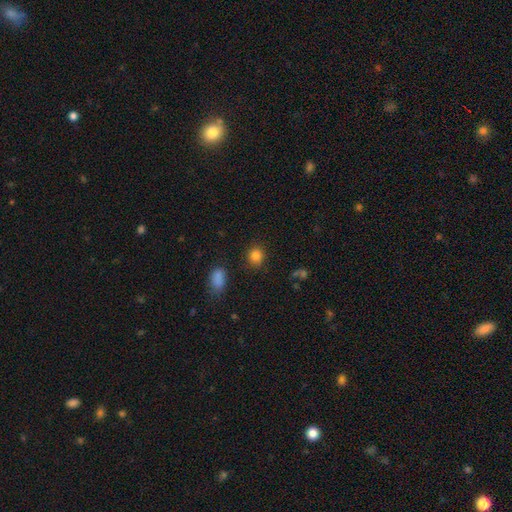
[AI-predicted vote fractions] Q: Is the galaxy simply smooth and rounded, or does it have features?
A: smooth — 84%.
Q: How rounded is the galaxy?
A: round — 80%.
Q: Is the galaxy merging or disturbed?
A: none — 87%.